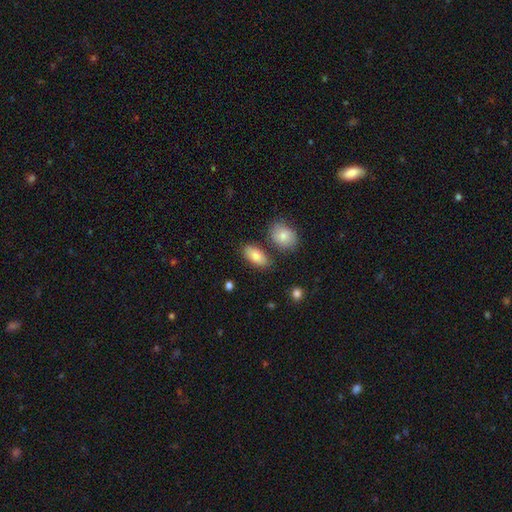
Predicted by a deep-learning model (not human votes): The model was most divided on "merging": none: 75%, minor disturbance: 12%, merger: 10%, major disturbance: 3%. More confident: how rounded — in between (92%); smooth or featured — smooth (85%).